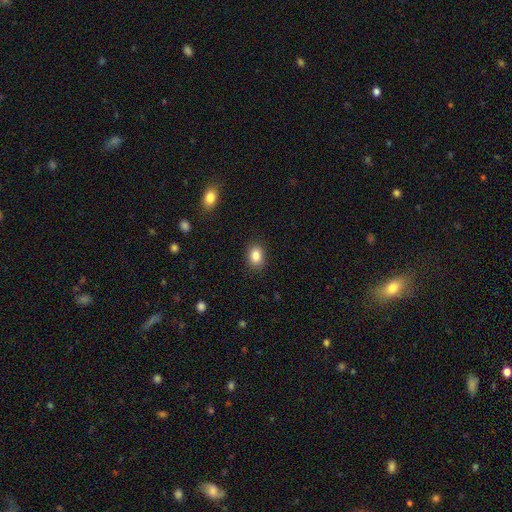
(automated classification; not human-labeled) This is clearly a smooth galaxy (85%). How rounded: likely in between (67%). Merging: clearly none (87%).